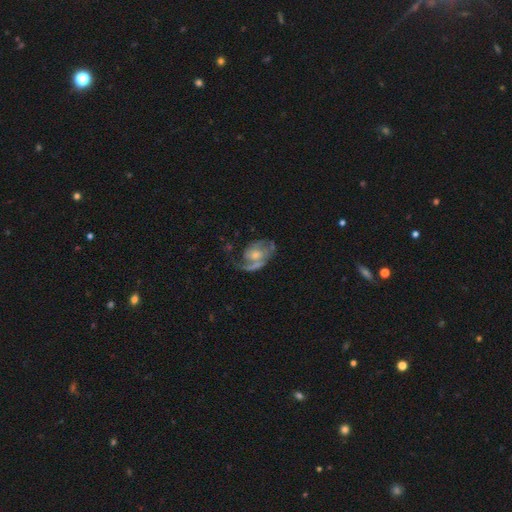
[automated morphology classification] smooth_or_featured: featured or disk (p=0.80) [alt: smooth p=0.14]
disk_edge_on: no (p=0.97) [alt: yes p=0.03]
bar: no (p=0.59) [alt: weak p=0.35]
has_spiral_arms: yes (p=0.89) [alt: no p=0.11]
spiral_winding: medium (p=0.46) [alt: tight p=0.28]
spiral_arm_count: 2 (p=0.53) [alt: 1 p=0.27]
bulge_size: small (p=0.42) [alt: moderate p=0.39]
merging: none (p=0.46) [alt: major disturbance p=0.26]